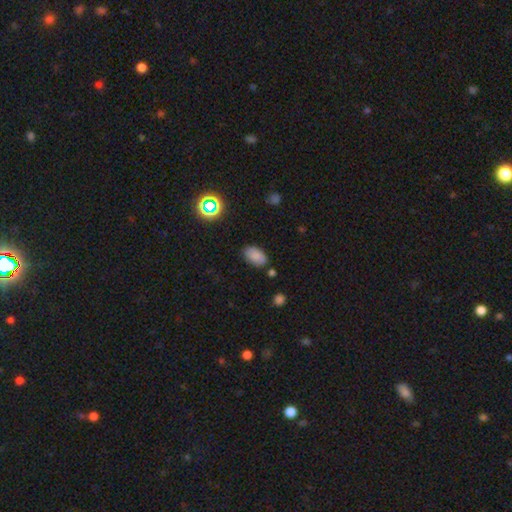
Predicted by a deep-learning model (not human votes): Smooth or featured: smooth — 81% (star or artifact — 12%)
How rounded: in between — 93% (round — 5%)
Merging: none — 79% (minor disturbance — 14%)